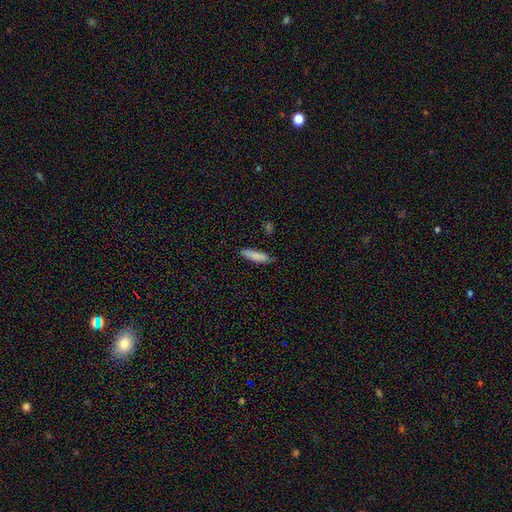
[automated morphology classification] smooth-or-featured: smooth: 85% | featured or disk: 9% | star or artifact: 6%
  how-rounded: cigar-shaped: 77% | in between: 22% | round: 1%
  merging: none: 81% | minor disturbance: 15% | major disturbance: 2% | merger: 2%